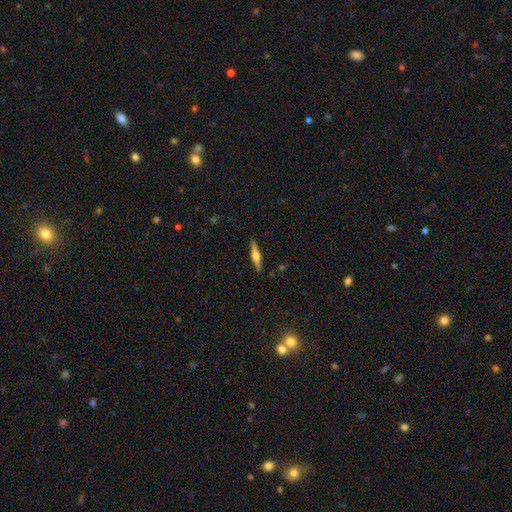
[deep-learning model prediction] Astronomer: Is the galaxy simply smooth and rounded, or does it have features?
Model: featured or disk — 64%.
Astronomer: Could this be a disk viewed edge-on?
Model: yes — 97%.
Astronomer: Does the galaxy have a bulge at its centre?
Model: rounded — 92%.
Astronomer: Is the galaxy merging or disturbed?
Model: none — 90%.